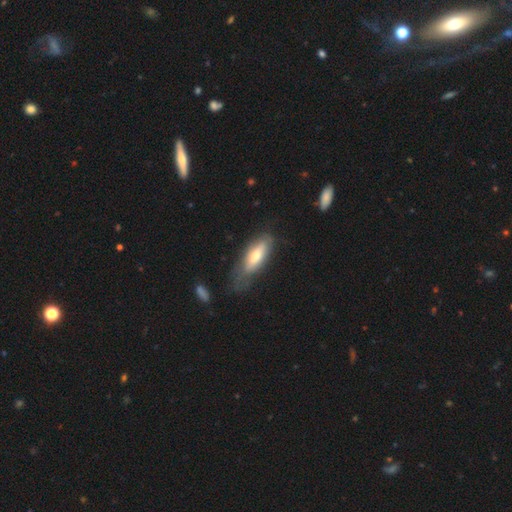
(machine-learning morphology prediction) A smooth galaxy with no disk features (62%) that is in between round and cigar-shaped (59%).

Vote fractions:
- Smooth or featured? smooth: 62% / featured or disk: 32% / star or artifact: 6%
- How rounded? in between: 59% / cigar-shaped: 39% / round: 2%
- Merging? none: 49% / minor disturbance: 31% / major disturbance: 18% / merger: 3%